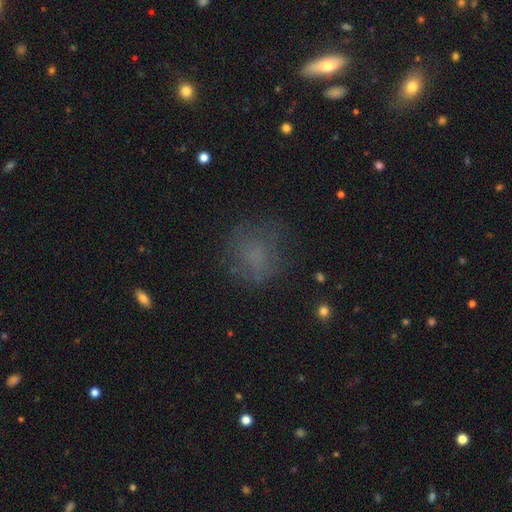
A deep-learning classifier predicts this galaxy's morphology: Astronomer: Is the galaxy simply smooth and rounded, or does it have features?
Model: smooth — 62%.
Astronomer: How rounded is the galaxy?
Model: round — 79%.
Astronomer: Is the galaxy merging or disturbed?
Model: none — 72%.